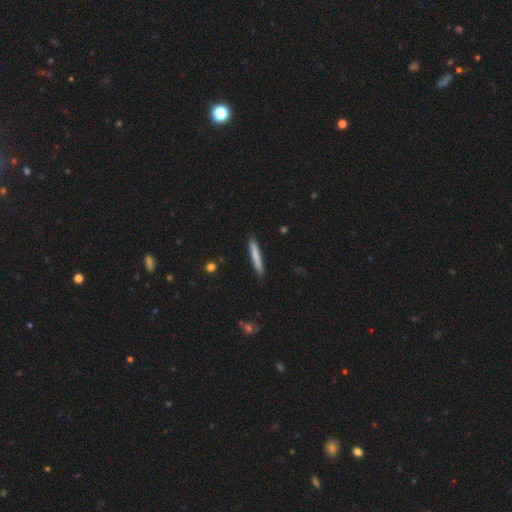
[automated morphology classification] Smooth or featured: smooth — 76% (featured or disk — 18%)
How rounded: cigar-shaped — 95% (in between — 3%)
Merging: none — 89% (minor disturbance — 8%)